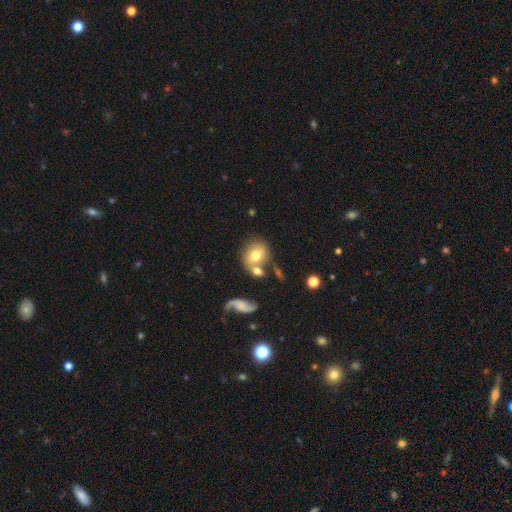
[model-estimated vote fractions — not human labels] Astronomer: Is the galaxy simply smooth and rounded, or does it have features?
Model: smooth — 67%.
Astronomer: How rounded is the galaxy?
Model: round — 62%.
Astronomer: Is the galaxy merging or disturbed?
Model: none — 49% (runner-up: merger, 31%).